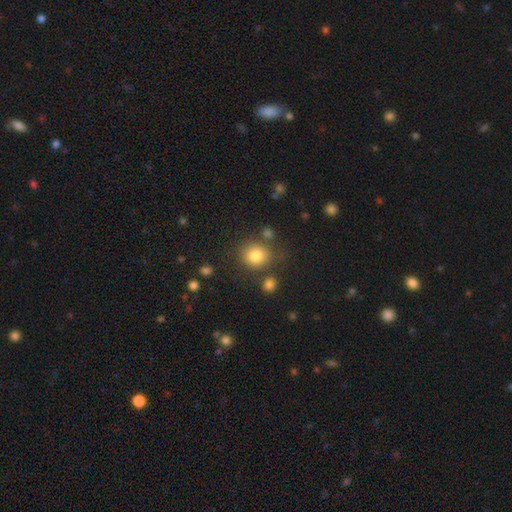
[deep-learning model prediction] Smooth or featured? smooth (82%)
How rounded? round (81%)
Merging? none (75%)